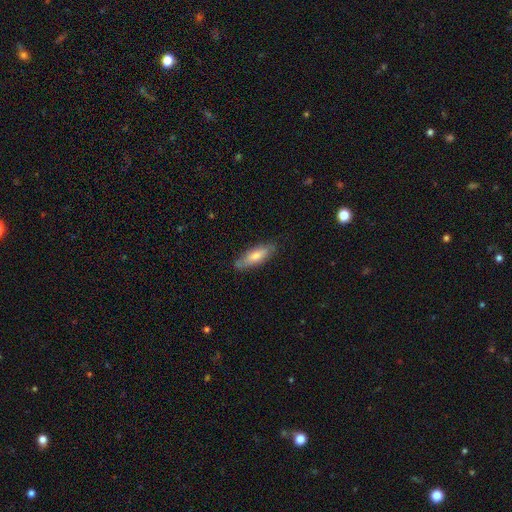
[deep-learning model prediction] smooth_or_featured: smooth (p=0.63) [alt: featured or disk p=0.30]
how_rounded: in between (p=0.51) [alt: cigar-shaped p=0.47]
merging: none (p=0.80) [alt: minor disturbance p=0.16]